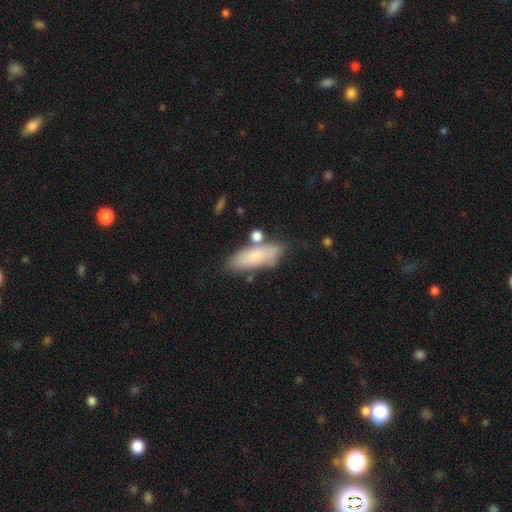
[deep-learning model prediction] This is likely a smooth galaxy (73%). How rounded: likely in between (64%). Merging: likely none (69%).